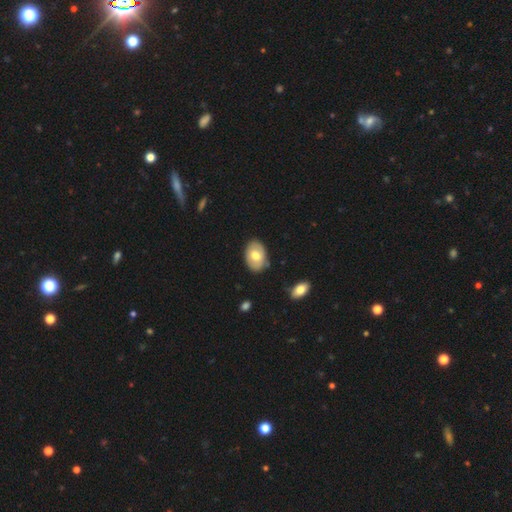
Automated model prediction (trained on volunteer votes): Morphology: type=smooth (66%); roundness=in between (86%); merging=none (82%).